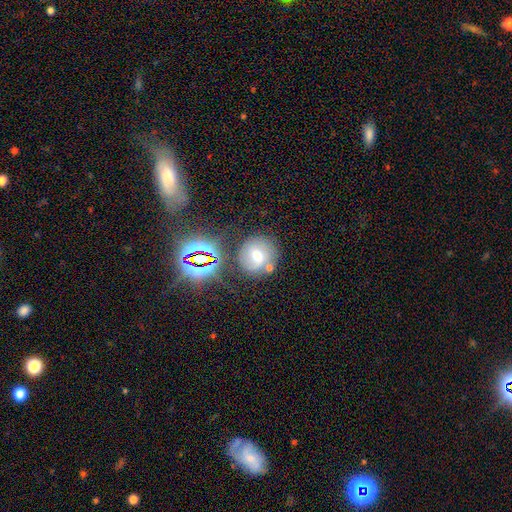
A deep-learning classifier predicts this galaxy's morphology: Smooth or featured?
  - smooth: 46% *
  - featured or disk: 31%
  - star or artifact: 24%
Merging?
  - none: 70% *
  - minor disturbance: 13%
  - merger: 11%
  - major disturbance: 5%